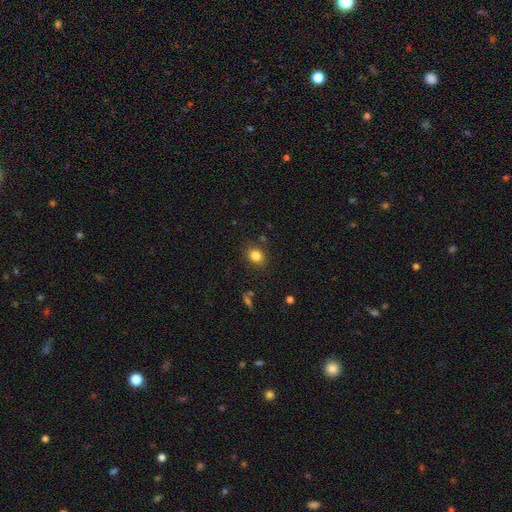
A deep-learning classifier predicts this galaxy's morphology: smooth 83%, star or artifact 11%, featured or disk 5%. Down the decision tree: how rounded — round (64%); merging — none (85%).